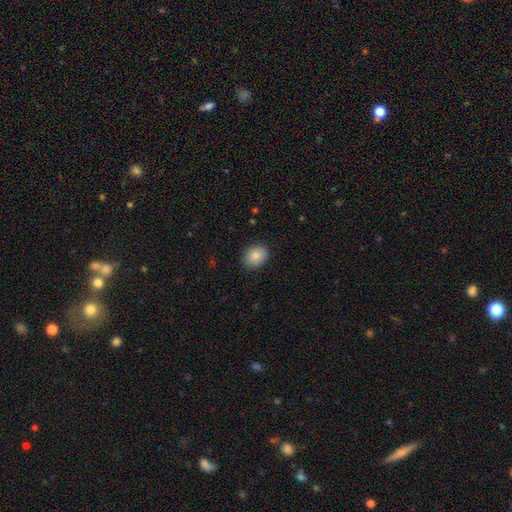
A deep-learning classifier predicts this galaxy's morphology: A smooth galaxy with no disk features (86%) that is in between round and cigar-shaped (53%). Merging: none (88%).